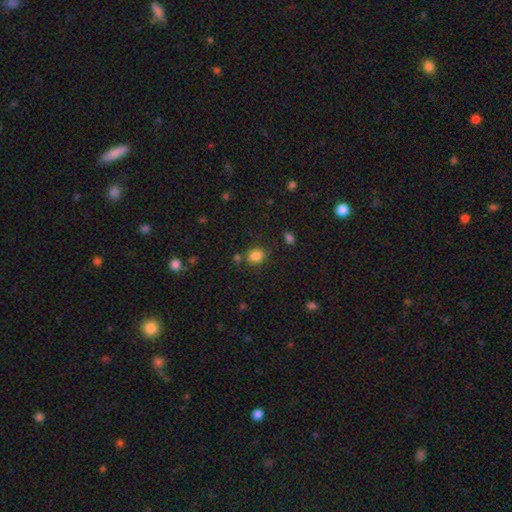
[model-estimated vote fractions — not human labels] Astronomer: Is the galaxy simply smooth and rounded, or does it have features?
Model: smooth — 84%.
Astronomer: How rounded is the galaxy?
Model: round — 66%.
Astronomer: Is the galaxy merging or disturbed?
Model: none — 76%.